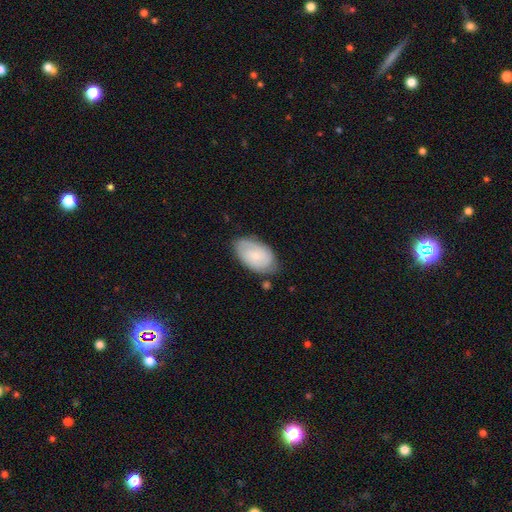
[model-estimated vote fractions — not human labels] smooth 48%, featured or disk 46%, star or artifact 6%. Down the decision tree: merging — none (73%).